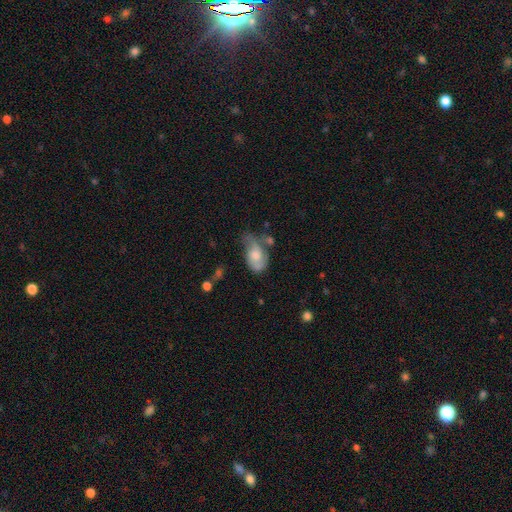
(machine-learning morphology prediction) Smooth or featured? smooth (46%, tied with featured or disk)
Merging? minor disturbance (34%)